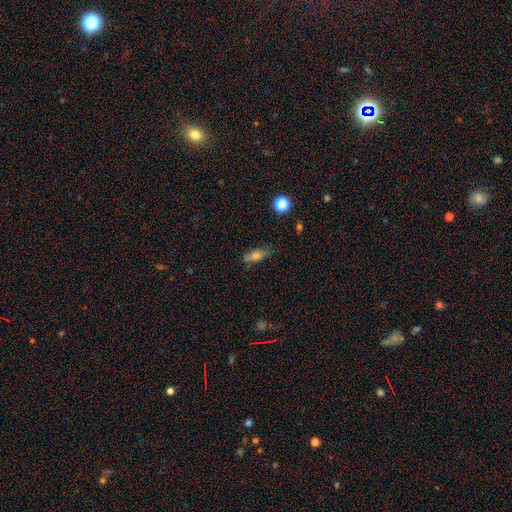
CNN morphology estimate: Smooth or featured?
  - smooth: 63% *
  - featured or disk: 26%
  - star or artifact: 11%
How rounded?
  - in between: 56% *
  - cigar-shaped: 38%
  - round: 5%
Merging?
  - none: 74% *
  - minor disturbance: 19%
  - major disturbance: 4%
  - merger: 3%